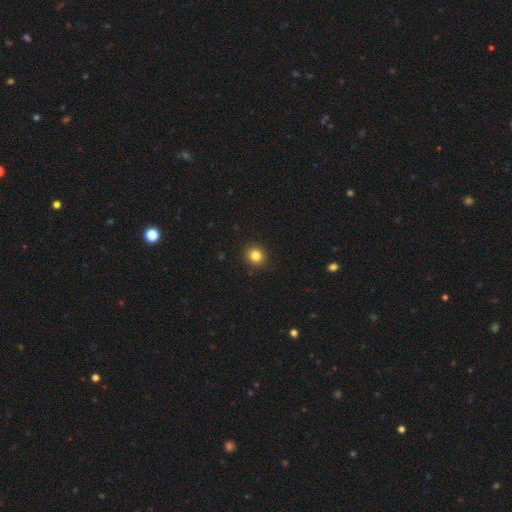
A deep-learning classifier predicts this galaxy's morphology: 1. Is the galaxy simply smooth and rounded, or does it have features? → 83% smooth, 12% star or artifact, 5% featured or disk.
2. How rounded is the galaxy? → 87% round, 12% in between, 1% cigar-shaped.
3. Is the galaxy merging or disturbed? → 91% none, 6% minor disturbance, 2% major disturbance, 1% merger.